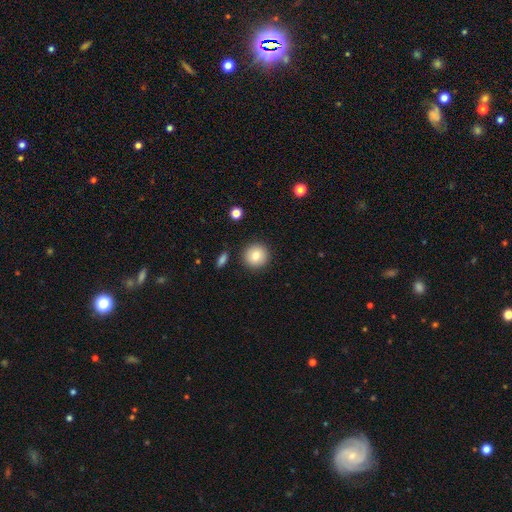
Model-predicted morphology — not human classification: Overall: smooth (83%). How rounded: round (93%). Merging: none (89%).